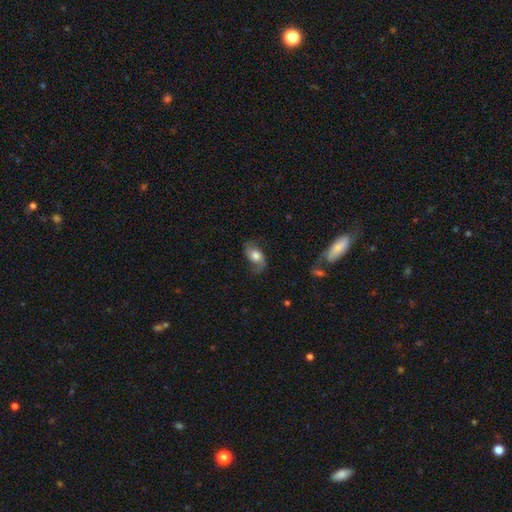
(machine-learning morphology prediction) Smooth or featured? Predicted: featured or disk (p=0.59). Edge-on disk? Predicted: no (p=0.95). Bar? Predicted: no (p=0.69). Spiral arms? Predicted: yes (p=0.89). Bulge size? Predicted: moderate (p=0.53). Merging? Predicted: none (p=0.66).